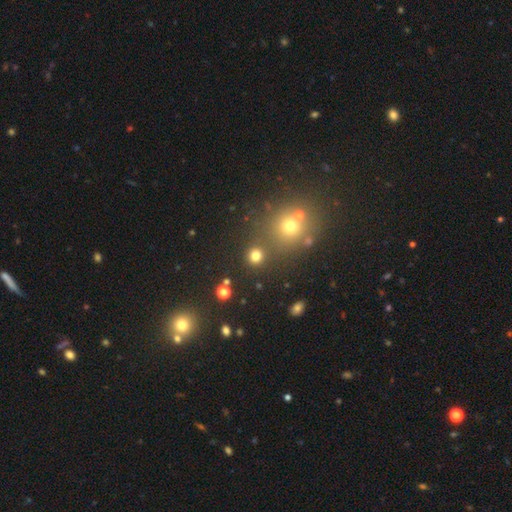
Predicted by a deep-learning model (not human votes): Morphology: type=smooth (77%); roundness=round (91%); merging=none (82%).